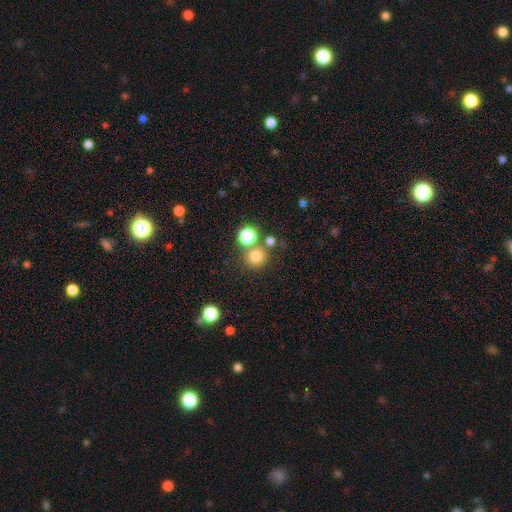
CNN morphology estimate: This appears to be a smooth galaxy with no disk features (76%) that is round (92%). Merging: none (72%).